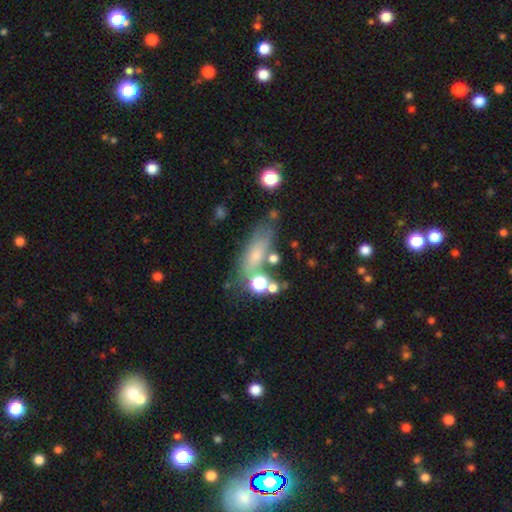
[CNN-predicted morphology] Smooth or featured: smooth — 57% (featured or disk — 29%)
How rounded: in between — 55% (cigar-shaped — 36%)
Merging: none — 47% (minor disturbance — 22%)